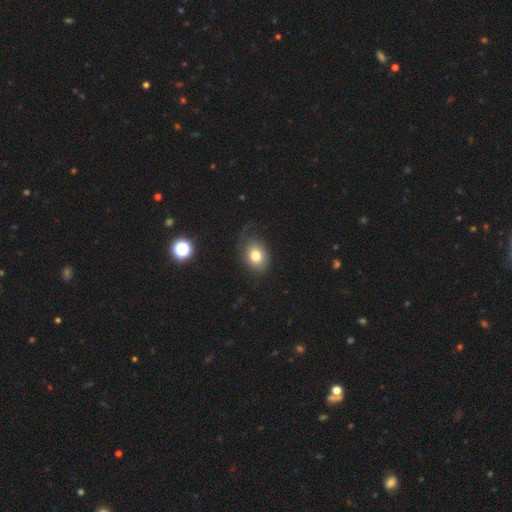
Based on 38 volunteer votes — Smooth or featured?
  - smooth: 68% *
  - featured or disk: 21%
  - star or artifact: 11%
How rounded?
  - in between: 73% *
  - round: 27%
  - cigar-shaped: 0%
Merging?
  - none: 68% *
  - minor disturbance: 24%
  - major disturbance: 9%
  - merger: 0%